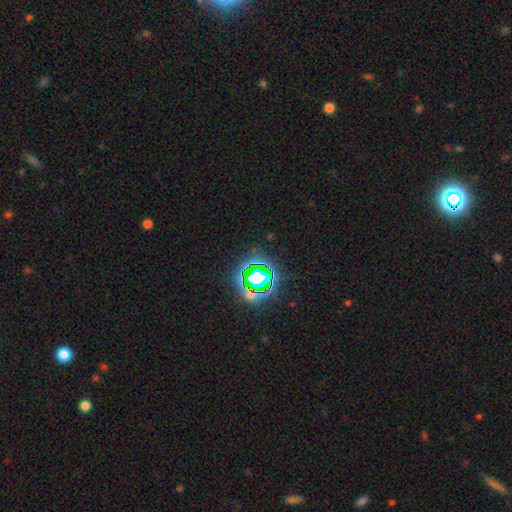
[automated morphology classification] smooth_or_featured: star or artifact (p=0.79) [alt: smooth p=0.13]